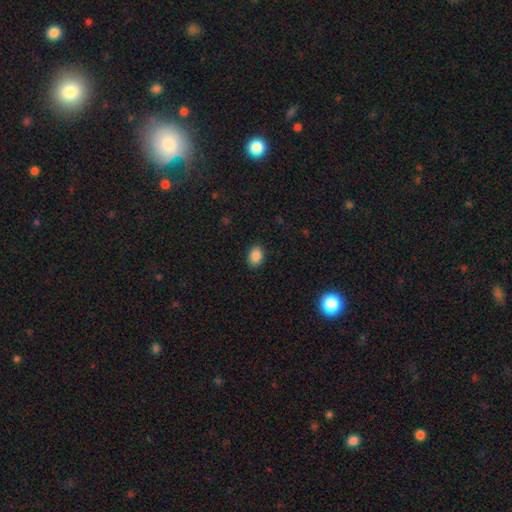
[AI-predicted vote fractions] Overall: smooth (88%). How rounded: in between (73%). Merging: none (89%).